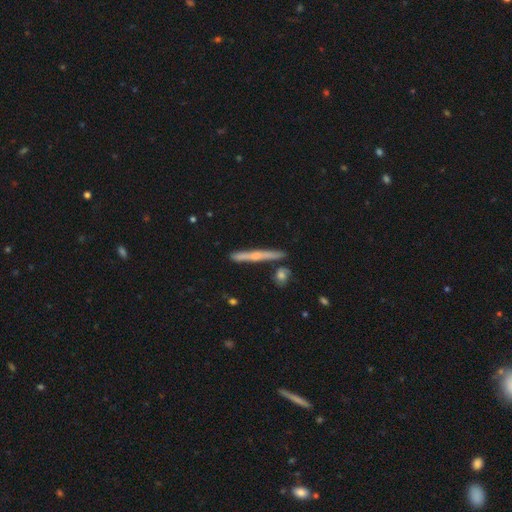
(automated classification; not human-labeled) smooth-or-featured: featured or disk: 49% | smooth: 44% | star or artifact: 7%
  merging: none: 84% | minor disturbance: 9% | merger: 4% | major disturbance: 2%